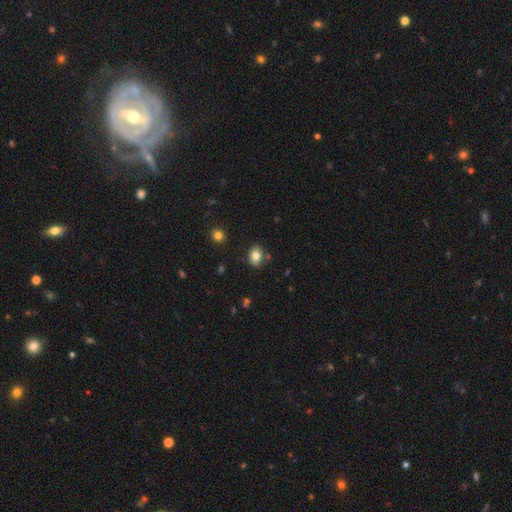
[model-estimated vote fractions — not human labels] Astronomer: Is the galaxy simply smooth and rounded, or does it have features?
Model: smooth — 81%.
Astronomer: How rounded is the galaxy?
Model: in between — 60% (runner-up: round, 39%).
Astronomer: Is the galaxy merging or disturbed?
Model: none — 82%.